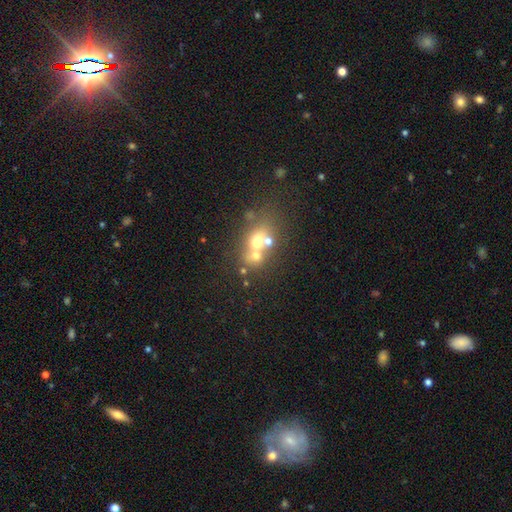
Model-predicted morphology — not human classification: Q: Smooth or featured?
A: smooth (55%); runner-up: featured or disk (27%)
Q: How rounded?
A: round (62%); runner-up: in between (36%)
Q: Merging?
A: merger (53%); runner-up: none (33%)